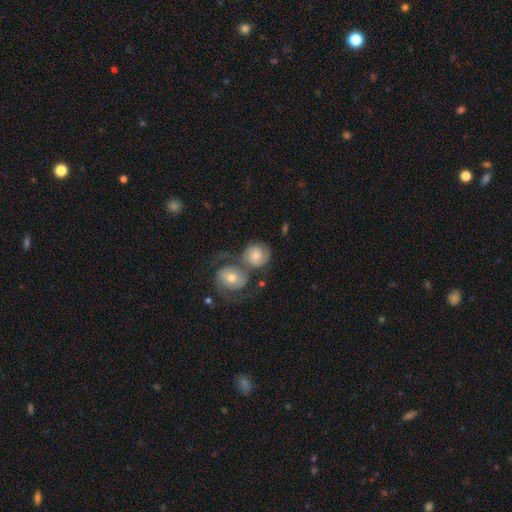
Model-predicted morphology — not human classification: type=featured or disk (55%); edge-on=no (97%); bar=no (70%); spiral arms=yes (88%); bulge=moderate (59%); merging=merger (46%).